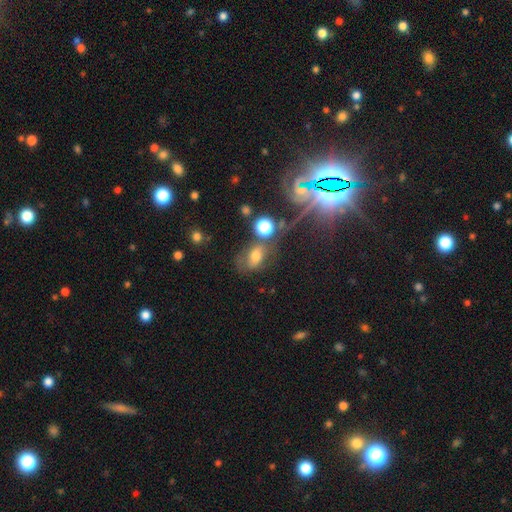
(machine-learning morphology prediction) Smooth or featured? smooth (51%)
How rounded? in between (73%)
Merging? none (48%)